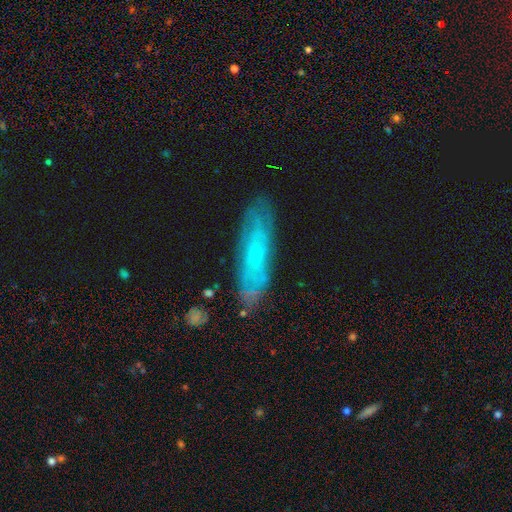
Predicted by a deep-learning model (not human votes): Smooth or featured? Predicted: featured or disk (p=0.59). Edge-on disk? Predicted: no (p=0.69). Merging? Predicted: none (p=0.79).